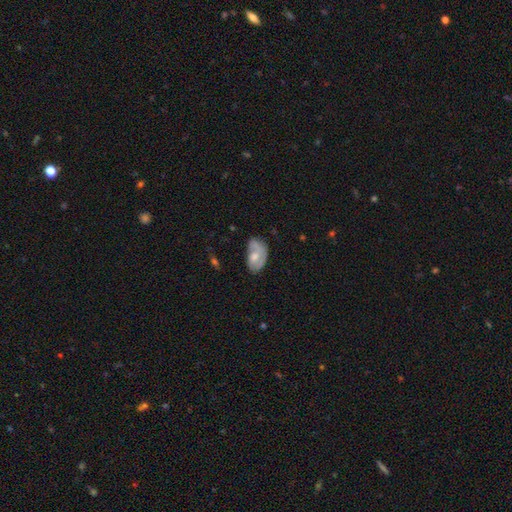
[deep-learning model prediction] smooth_or_featured: smooth (p=0.51) [alt: featured or disk p=0.42]
how_rounded: in between (p=0.91) [alt: round p=0.08]
merging: none (p=0.42) [alt: minor disturbance p=0.34]